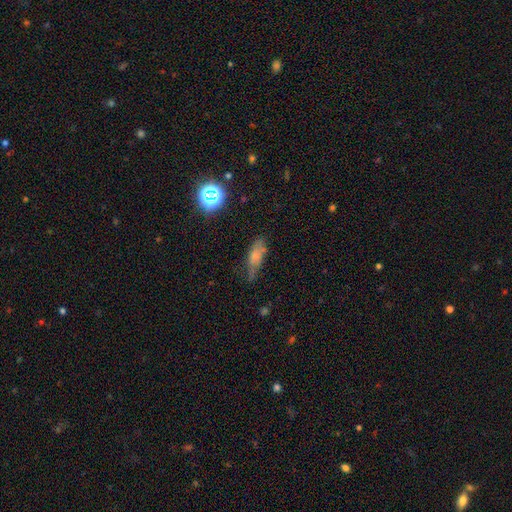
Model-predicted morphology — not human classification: Smooth or featured?
  - smooth: 63% *
  - featured or disk: 24%
  - star or artifact: 14%
How rounded?
  - in between: 56% *
  - cigar-shaped: 41%
  - round: 4%
Merging?
  - none: 56% *
  - minor disturbance: 30%
  - major disturbance: 10%
  - merger: 4%